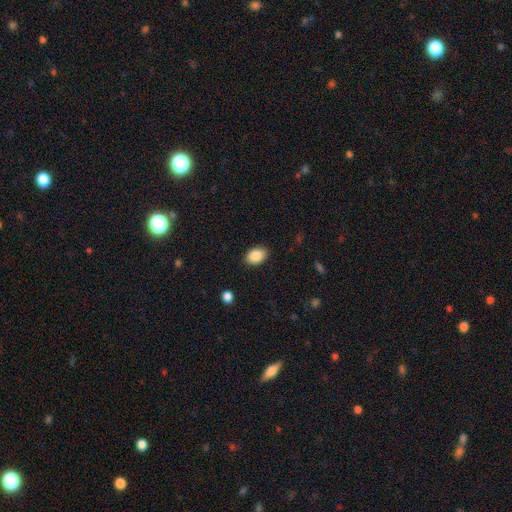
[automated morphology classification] Smooth or featured?
  - smooth: 88% *
  - star or artifact: 7%
  - featured or disk: 4%
How rounded?
  - in between: 82% *
  - round: 17%
  - cigar-shaped: 1%
Merging?
  - none: 86% *
  - minor disturbance: 11%
  - major disturbance: 2%
  - merger: 1%